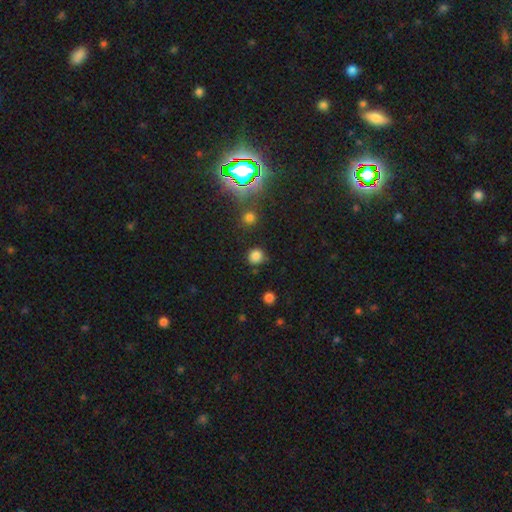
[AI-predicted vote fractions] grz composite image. It shows a smooth galaxy with no disk features (78%) that is round (89%). Merging: none (79%).